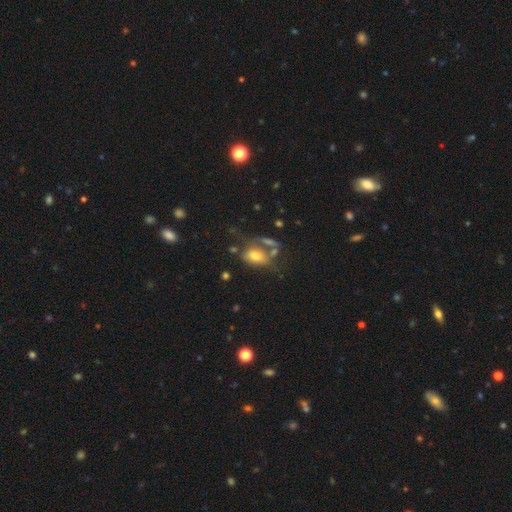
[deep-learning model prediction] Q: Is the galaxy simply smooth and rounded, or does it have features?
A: smooth — 67%.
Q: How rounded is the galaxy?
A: in between — 77%.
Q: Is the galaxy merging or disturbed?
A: none — 38%.